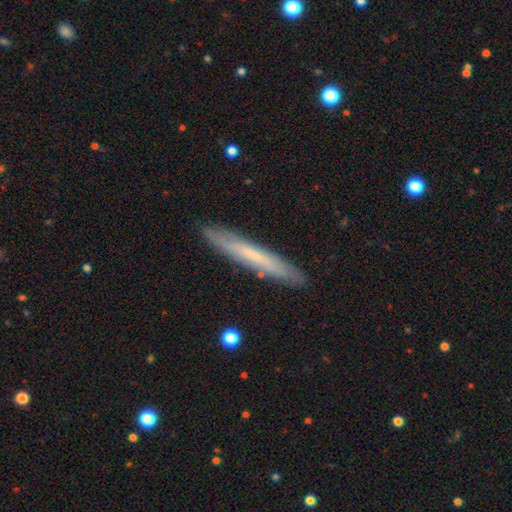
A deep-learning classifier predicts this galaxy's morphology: smooth-or-featured: smooth: 53% | featured or disk: 40% | star or artifact: 6%
  how-rounded: cigar-shaped: 93% | in between: 5% | round: 1%
  merging: none: 87% | minor disturbance: 9% | major disturbance: 2% | merger: 2%